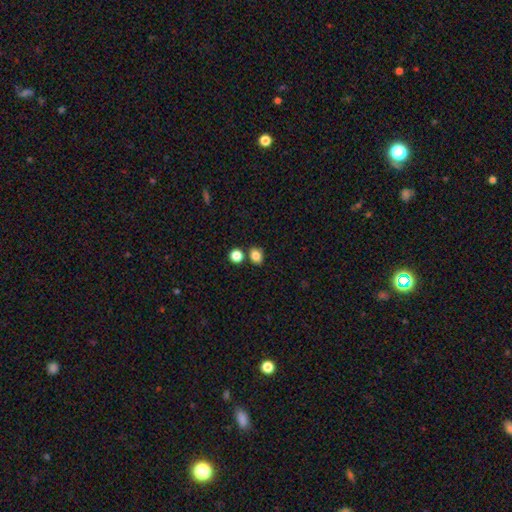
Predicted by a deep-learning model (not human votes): A smooth galaxy with no disk features (83%) that is round (54%).

Vote fractions:
- Smooth or featured? smooth: 83% / star or artifact: 12% / featured or disk: 6%
- How rounded? round: 54% / in between: 45% / cigar-shaped: 1%
- Merging? none: 76% / merger: 12% / minor disturbance: 9% / major disturbance: 3%